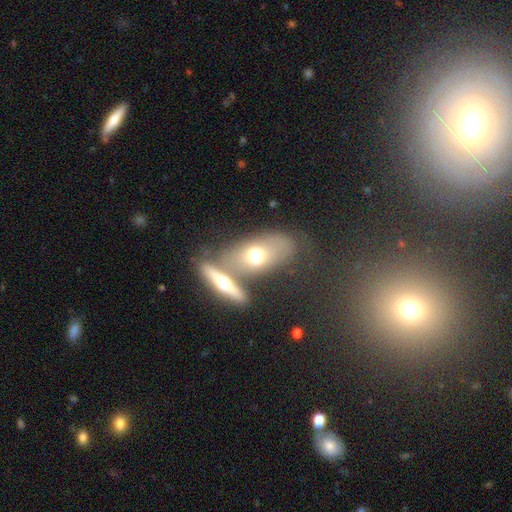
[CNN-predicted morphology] Smooth or featured: smooth — 54% (featured or disk — 38%)
How rounded: in between — 79% (cigar-shaped — 12%)
Merging: none — 41% (merger — 40%)